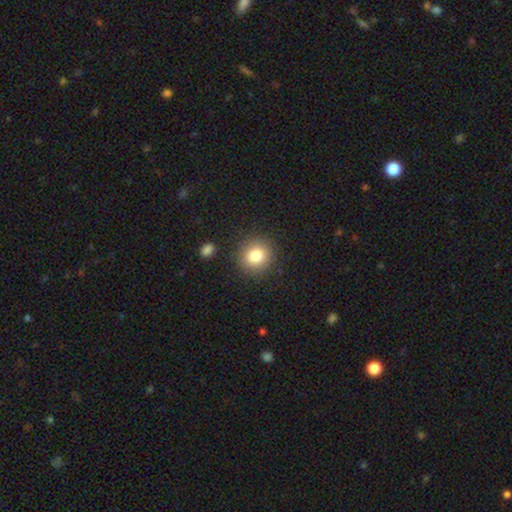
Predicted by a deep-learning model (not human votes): smooth_or_featured: smooth (p=0.81) [alt: star or artifact p=0.11]
how_rounded: round (p=0.86) [alt: in between p=0.13]
merging: none (p=0.88) [alt: minor disturbance p=0.08]